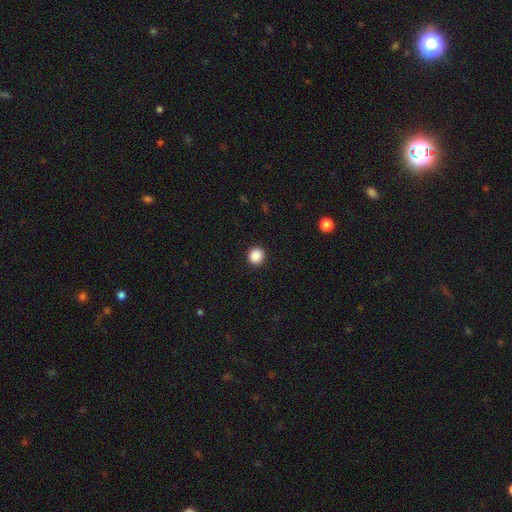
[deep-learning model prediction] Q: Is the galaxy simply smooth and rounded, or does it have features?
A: smooth — 88%.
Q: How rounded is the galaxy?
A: round — 93%.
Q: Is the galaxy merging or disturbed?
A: none — 92%.